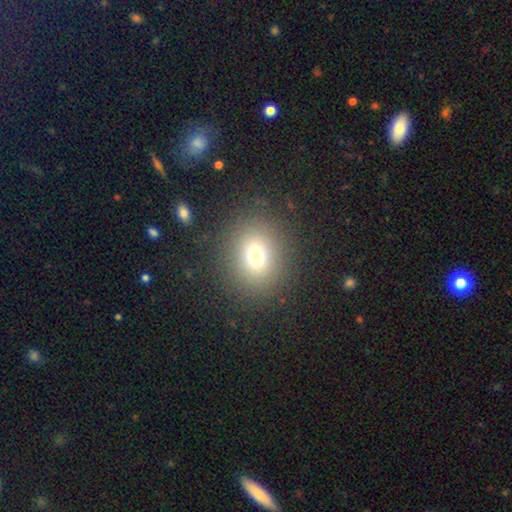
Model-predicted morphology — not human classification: smooth-or-featured: smooth: 73% | star or artifact: 16% | featured or disk: 10%
  how-rounded: round: 72% | in between: 27% | cigar-shaped: 1%
  merging: none: 87% | minor disturbance: 7% | major disturbance: 4% | merger: 1%